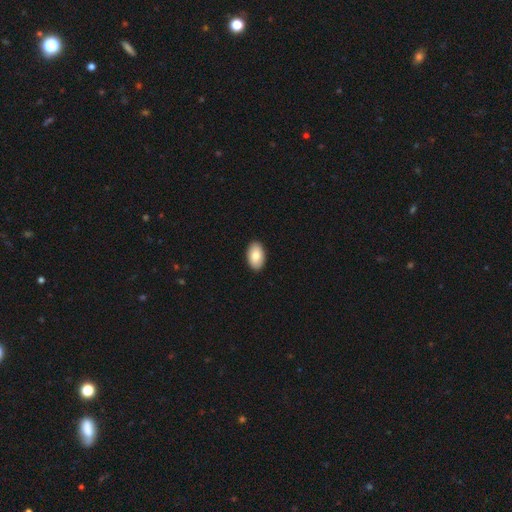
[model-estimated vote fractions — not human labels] A smooth galaxy with no disk features (82%) that is in between round and cigar-shaped (94%).

Vote fractions:
- Smooth or featured? smooth: 82% / featured or disk: 12% / star or artifact: 6%
- How rounded? in between: 94% / round: 5% / cigar-shaped: 1%
- Merging? none: 91% / minor disturbance: 7% / major disturbance: 1% / merger: 1%